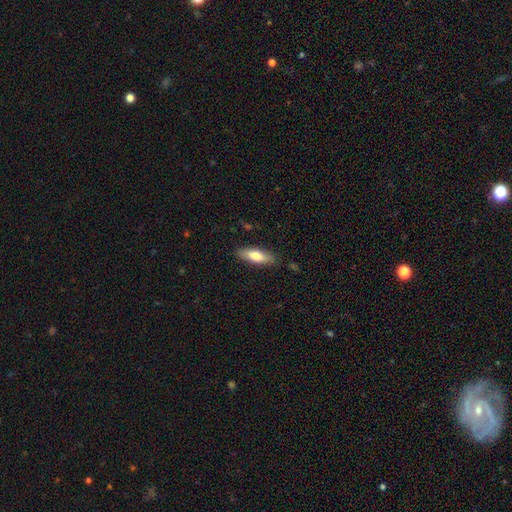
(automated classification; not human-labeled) smooth_or_featured: smooth (p=0.74) [alt: featured or disk p=0.20]
how_rounded: in between (p=0.53) [alt: cigar-shaped p=0.45]
merging: none (p=0.85) [alt: minor disturbance p=0.11]